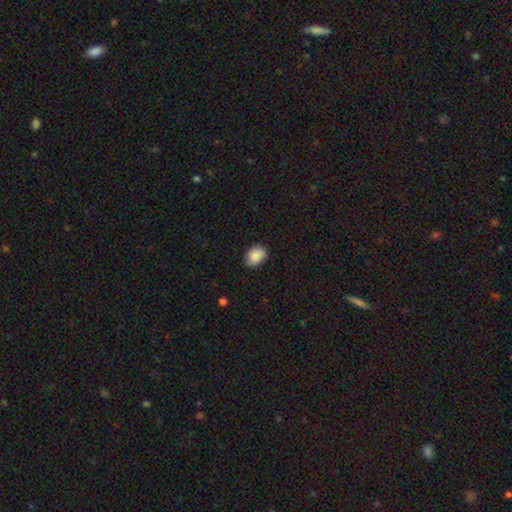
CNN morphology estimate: This appears to be a smooth galaxy with no disk features (87%) that is in between round and cigar-shaped (77%). Merging: none (79%).